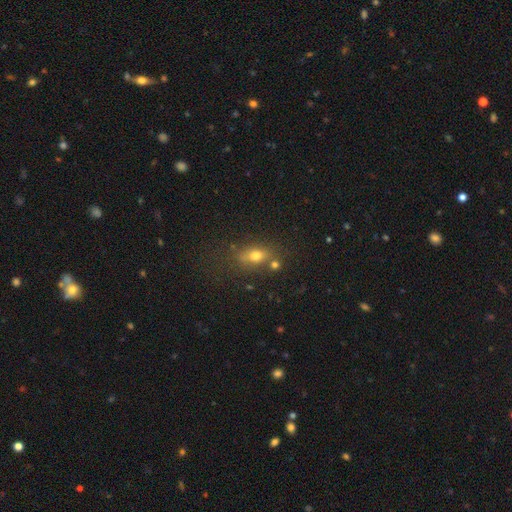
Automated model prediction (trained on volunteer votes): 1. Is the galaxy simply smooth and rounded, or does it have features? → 66% smooth, 18% featured or disk, 16% star or artifact.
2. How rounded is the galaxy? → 65% in between, 24% round, 11% cigar-shaped.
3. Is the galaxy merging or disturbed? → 61% none, 16% minor disturbance, 15% merger, 7% major disturbance.